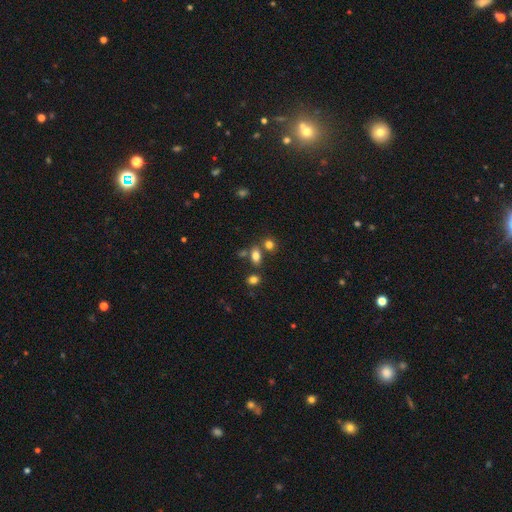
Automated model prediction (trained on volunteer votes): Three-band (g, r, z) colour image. It shows a smooth galaxy with no disk features (78%) that is in between round and cigar-shaped (78%). Merging: none (65%).